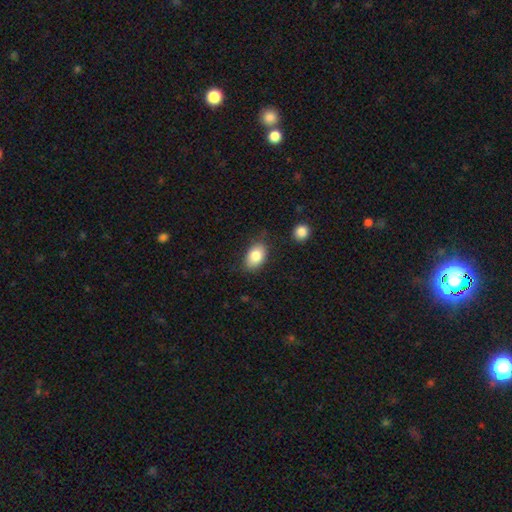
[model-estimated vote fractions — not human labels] Overall: smooth (83%). How rounded: in between (87%). Merging: none (76%).